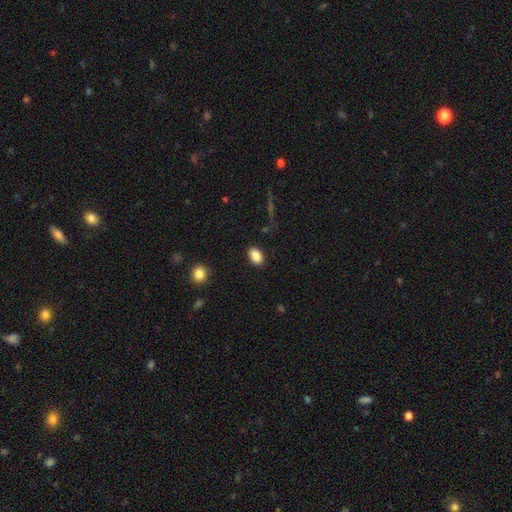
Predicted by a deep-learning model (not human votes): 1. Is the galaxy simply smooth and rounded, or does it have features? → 87% smooth, 9% star or artifact, 5% featured or disk.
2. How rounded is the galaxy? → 87% in between, 11% round, 2% cigar-shaped.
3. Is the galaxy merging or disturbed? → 88% none, 8% minor disturbance, 2% major disturbance, 1% merger.